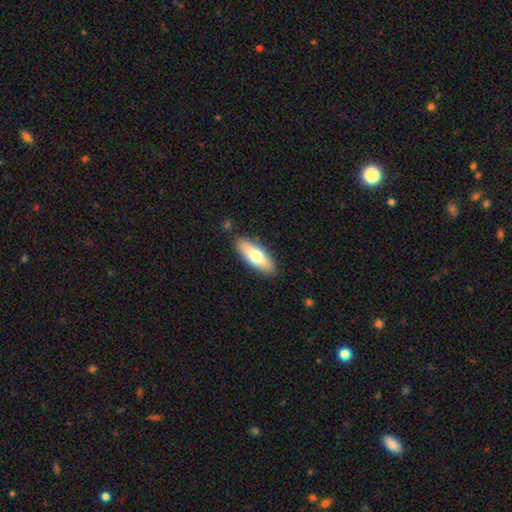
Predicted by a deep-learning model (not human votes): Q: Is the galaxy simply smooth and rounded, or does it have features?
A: smooth — 65%.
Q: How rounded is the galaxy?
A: in between — 69%.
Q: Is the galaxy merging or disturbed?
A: none — 87%.